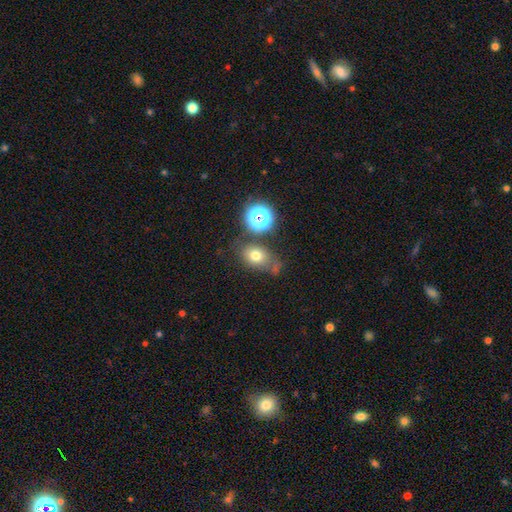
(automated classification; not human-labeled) Q: Smooth or featured?
A: smooth (69%); runner-up: star or artifact (17%)
Q: How rounded?
A: in between (59%); runner-up: round (40%)
Q: Merging?
A: none (61%); runner-up: minor disturbance (19%)